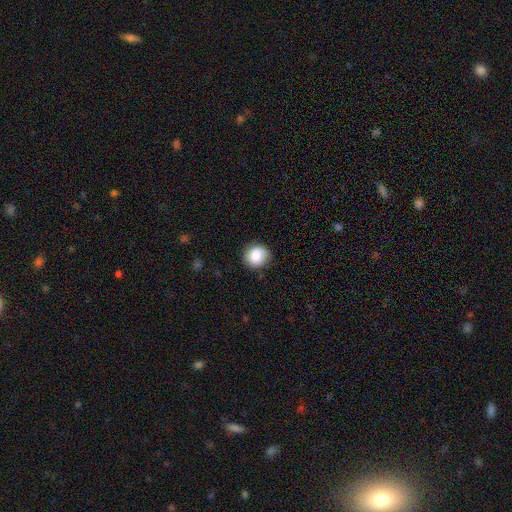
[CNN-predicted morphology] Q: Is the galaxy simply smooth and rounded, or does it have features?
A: smooth — 85%.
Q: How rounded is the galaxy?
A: round — 88%.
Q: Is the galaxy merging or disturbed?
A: none — 81%.